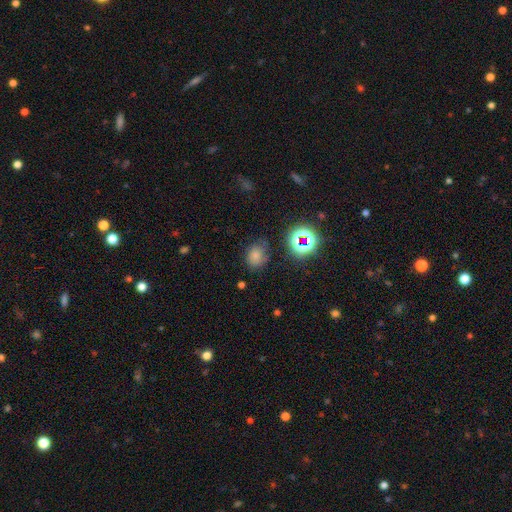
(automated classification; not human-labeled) Overall: smooth (69%). How rounded: in between (58%; round 41%). Merging: none (67%).